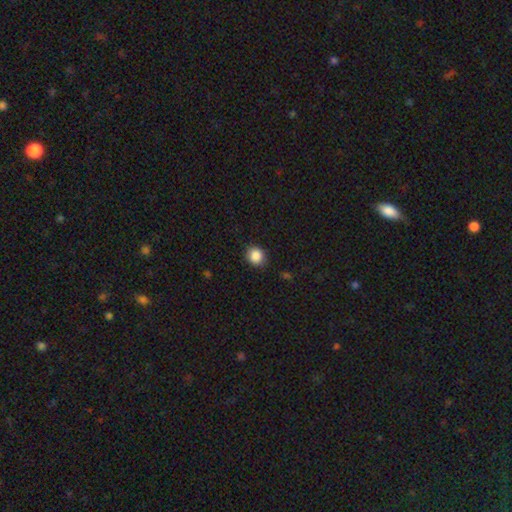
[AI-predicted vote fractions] Smooth or featured?
  - smooth: 86% *
  - star or artifact: 10%
  - featured or disk: 4%
How rounded?
  - round: 83% *
  - in between: 16%
  - cigar-shaped: 1%
Merging?
  - none: 86% *
  - minor disturbance: 10%
  - major disturbance: 2%
  - merger: 1%